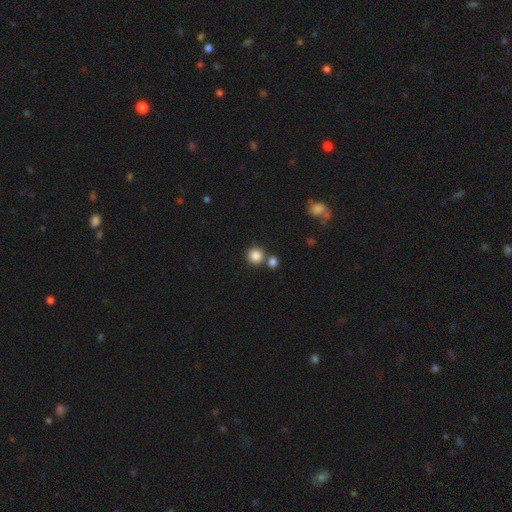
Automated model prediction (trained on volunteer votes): Smooth or featured?
  - smooth: 86% *
  - star or artifact: 10%
  - featured or disk: 5%
How rounded?
  - round: 91% *
  - in between: 8%
  - cigar-shaped: 1%
Merging?
  - none: 69% *
  - merger: 20%
  - minor disturbance: 8%
  - major disturbance: 3%